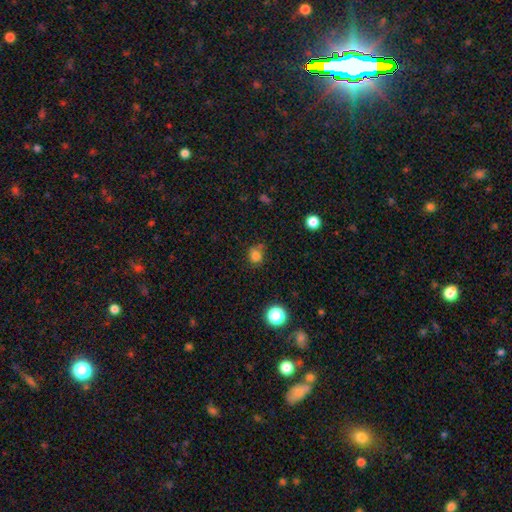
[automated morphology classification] The model was most divided on "merging": none: 65%, minor disturbance: 22%, major disturbance: 6%, merger: 6%. More confident: smooth or featured — smooth (78%); how rounded — round (77%).